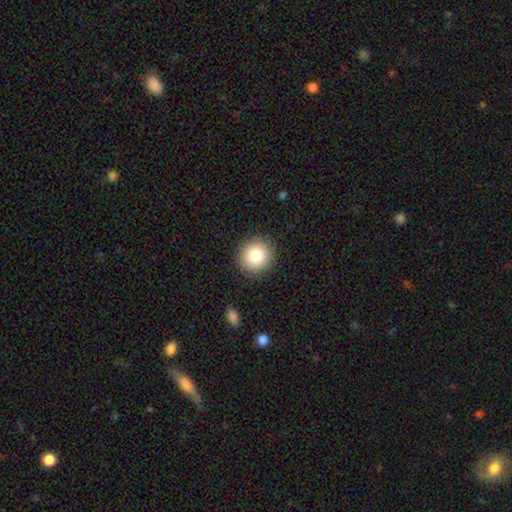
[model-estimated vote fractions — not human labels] This appears to be a smooth galaxy with no disk features (84%) that is round (92%). Merging: none (90%).